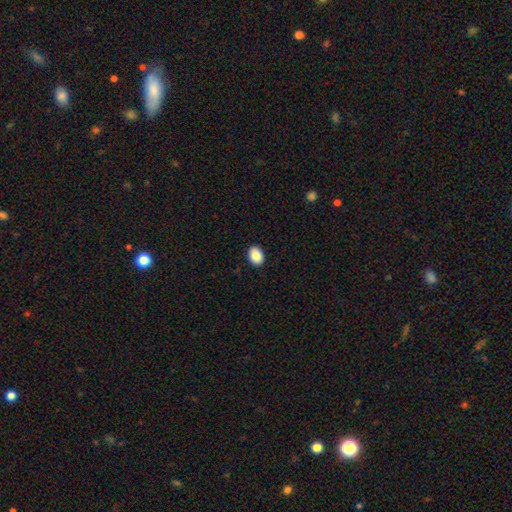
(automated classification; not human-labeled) A smooth galaxy with no disk features (88%) that is in between round and cigar-shaped (72%). Merging: none (91%).